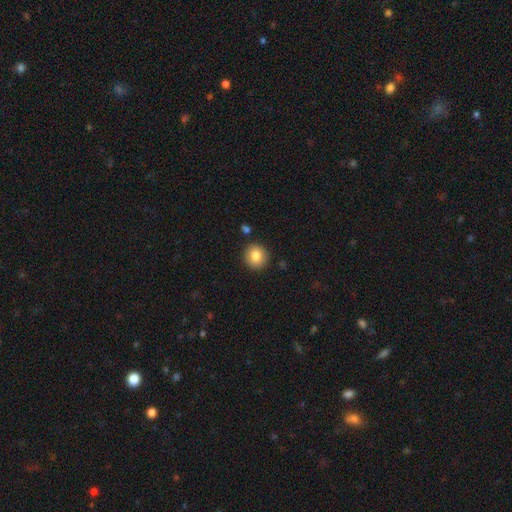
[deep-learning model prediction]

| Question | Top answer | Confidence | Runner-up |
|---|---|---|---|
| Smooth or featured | smooth | 84% | star or artifact (9%) |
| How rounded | round | 89% | in between (10%) |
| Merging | none | 89% | minor disturbance (7%) |